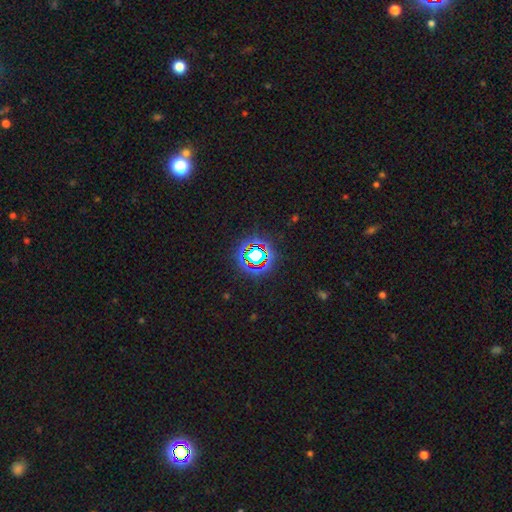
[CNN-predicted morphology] smooth_or_featured: star or artifact (p=0.70) [alt: smooth p=0.18]